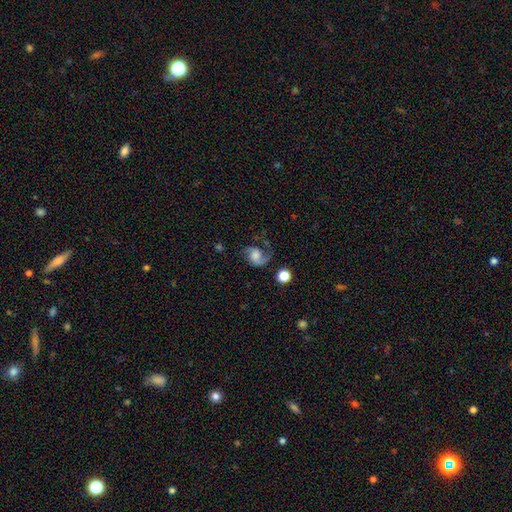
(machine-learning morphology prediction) Smooth or featured?
  - featured or disk: 79% *
  - smooth: 14%
  - star or artifact: 8%
Edge-on disk?
  - no: 98% *
  - yes: 2%
Bar?
  - no: 61% *
  - weak: 33%
  - strong: 6%
Spiral arms?
  - yes: 96% *
  - no: 4%
Spiral winding?
  - medium: 46% *
  - loose: 42%
  - tight: 13%
Spiral arm count?
  - 2: 77% *
  - 1: 17%
  - can't tell: 3%
  - 3: 1%
  - 4: 1%
  - more than 4: 1%
Bulge size?
  - moderate: 39% *
  - small: 28%
  - large: 15%
  - none: 15%
  - dominant: 3%
Merging?
  - none: 62% *
  - minor disturbance: 20%
  - major disturbance: 15%
  - merger: 3%